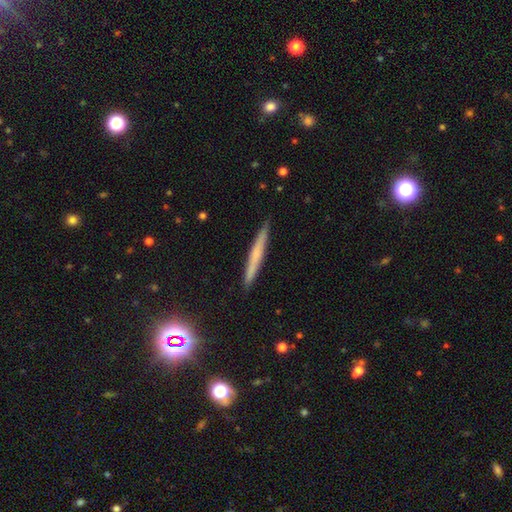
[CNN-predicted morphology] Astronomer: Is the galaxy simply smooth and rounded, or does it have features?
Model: smooth — 52% (runner-up: featured or disk, 40%).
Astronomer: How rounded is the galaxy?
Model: cigar-shaped — 96%.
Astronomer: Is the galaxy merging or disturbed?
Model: none — 91%.